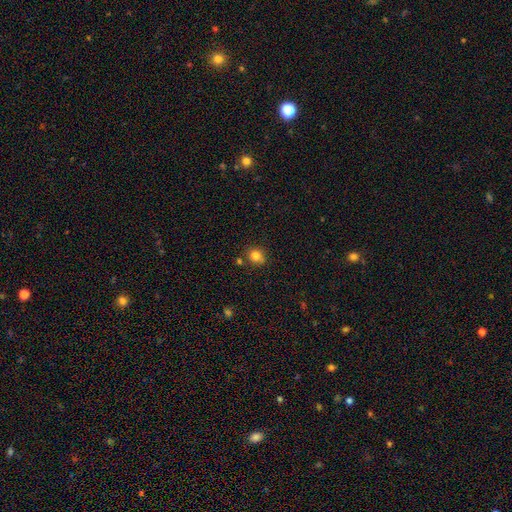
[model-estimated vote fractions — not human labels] Q: Smooth or featured?
A: smooth (81%); runner-up: star or artifact (12%)
Q: How rounded?
A: round (77%); runner-up: in between (22%)
Q: Merging?
A: none (72%); runner-up: minor disturbance (15%)